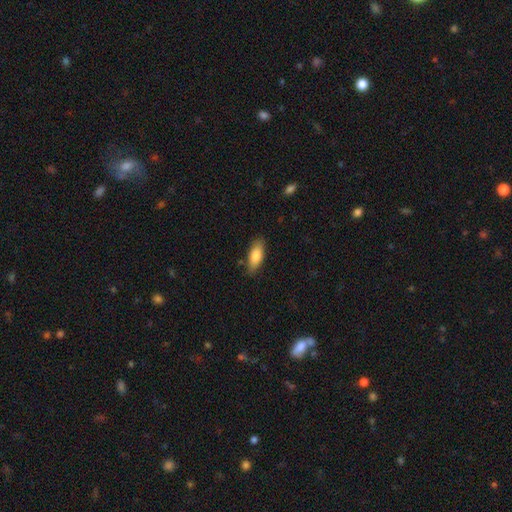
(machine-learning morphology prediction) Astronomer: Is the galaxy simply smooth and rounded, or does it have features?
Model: smooth — 81%.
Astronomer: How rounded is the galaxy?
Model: in between — 79%.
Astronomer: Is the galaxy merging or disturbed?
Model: none — 82%.